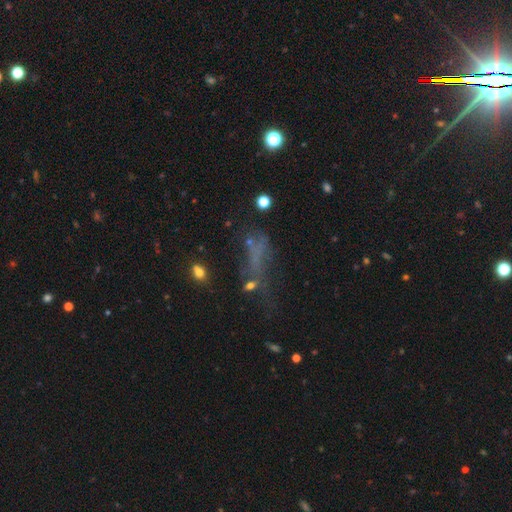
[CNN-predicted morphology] Smooth or featured: star or artifact — 37% (smooth — 34%)